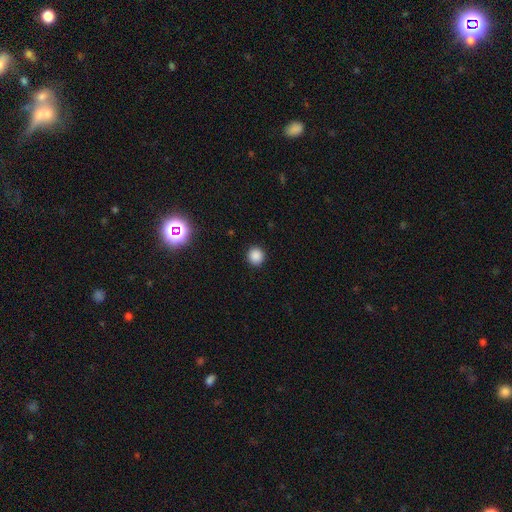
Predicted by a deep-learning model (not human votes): This appears to be a smooth galaxy with no disk features (86%) that is round (93%). Merging: none (92%).